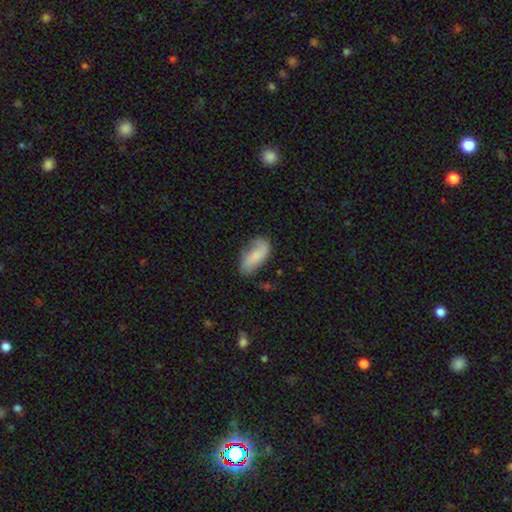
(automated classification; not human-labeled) A smooth galaxy with no disk features (66%) that is in between round and cigar-shaped (86%).

Vote fractions:
- Smooth or featured? smooth: 66% / featured or disk: 27% / star or artifact: 7%
- How rounded? in between: 86% / cigar-shaped: 11% / round: 3%
- Merging? none: 61% / minor disturbance: 28% / major disturbance: 9% / merger: 3%